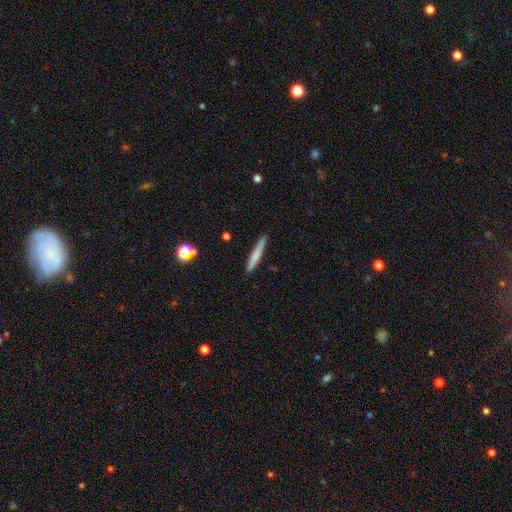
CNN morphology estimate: smooth-or-featured: smooth: 67% | featured or disk: 27% | star or artifact: 6%
  how-rounded: cigar-shaped: 95% | in between: 3% | round: 1%
  merging: none: 88% | minor disturbance: 9% | major disturbance: 2% | merger: 2%